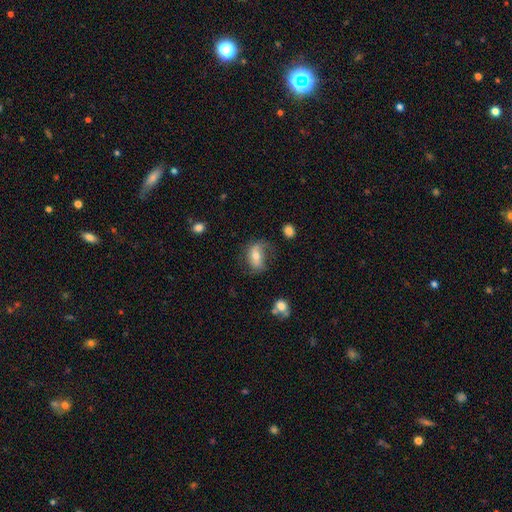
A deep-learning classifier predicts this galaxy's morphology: smooth 48%, featured or disk 44%, star or artifact 9%. Down the decision tree: merging — none (49%).